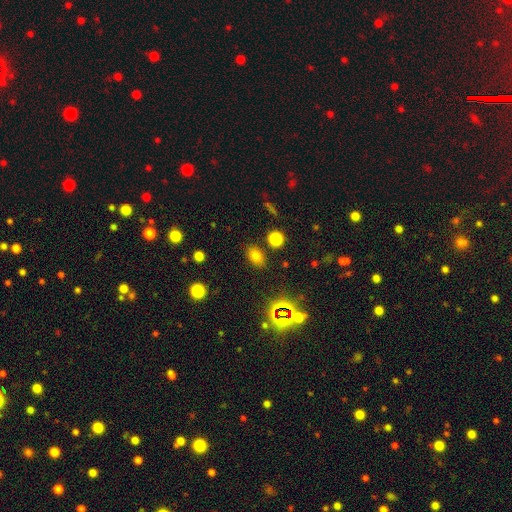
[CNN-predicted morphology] Smooth or featured? smooth (72%)
How rounded? in between (79%)
Merging? none (82%)